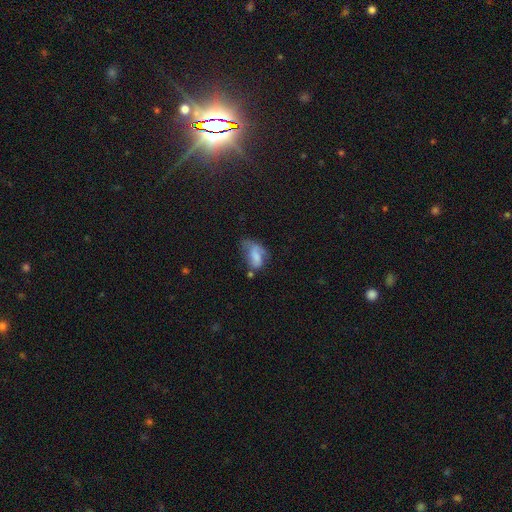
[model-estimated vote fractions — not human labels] smooth-or-featured: smooth: 62% | featured or disk: 28% | star or artifact: 11%
  how-rounded: in between: 89% | round: 8% | cigar-shaped: 3%
  merging: major disturbance: 33% | minor disturbance: 31% | none: 26% | merger: 10%